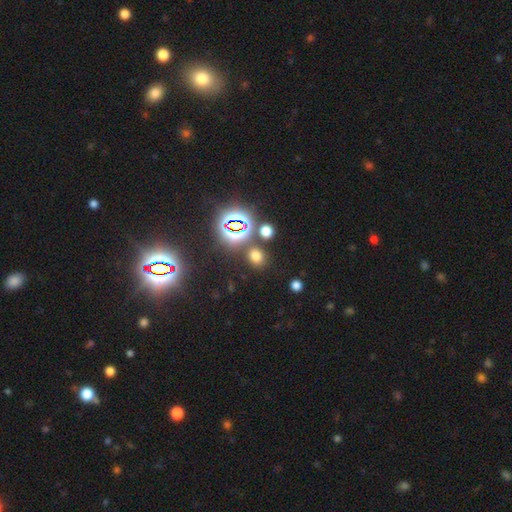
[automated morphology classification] A smooth galaxy with no disk features (62%) that is round (71%).

Vote fractions:
- Smooth or featured? smooth: 62% / star or artifact: 32% / featured or disk: 6%
- How rounded? round: 71% / in between: 28% / cigar-shaped: 1%
- Merging? none: 79% / merger: 9% / minor disturbance: 8% / major disturbance: 4%